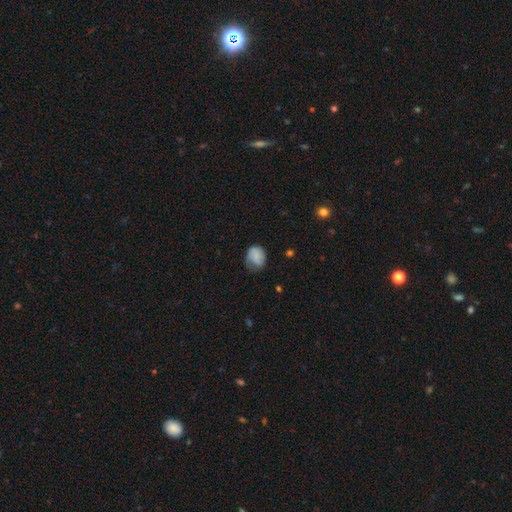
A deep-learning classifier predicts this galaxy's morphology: Overall: smooth (72%). How rounded: round (53%; in between 46%). Merging: none (41%; minor disturbance 39%).